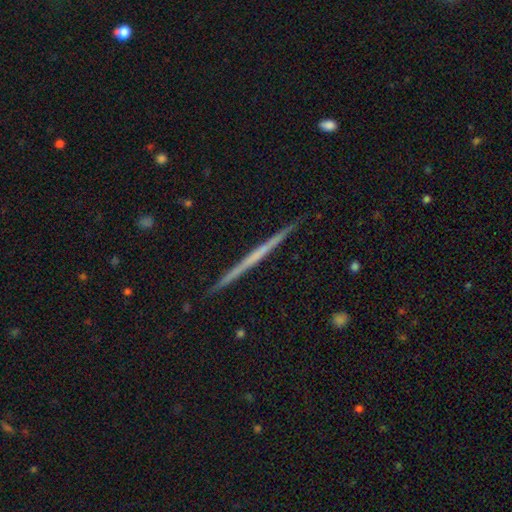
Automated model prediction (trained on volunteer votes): A featured or disk galaxy (65%) viewed edge-on (98%) with no central bulge (86%). Merging: none (92%).